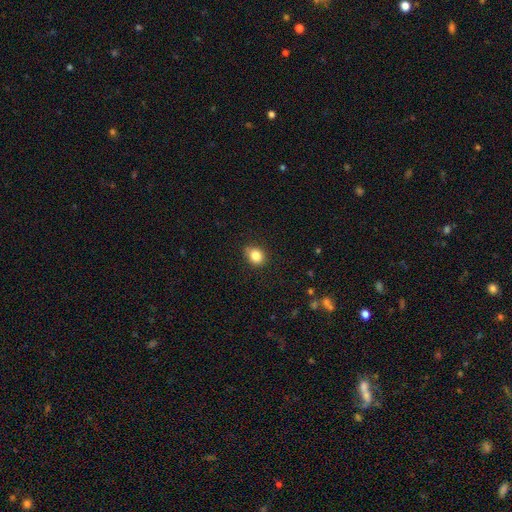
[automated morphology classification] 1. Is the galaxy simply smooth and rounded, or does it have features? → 84% smooth, 10% star or artifact, 6% featured or disk.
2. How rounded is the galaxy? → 56% round, 43% in between, 1% cigar-shaped.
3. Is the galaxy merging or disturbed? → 76% none, 19% minor disturbance, 3% major disturbance, 2% merger.